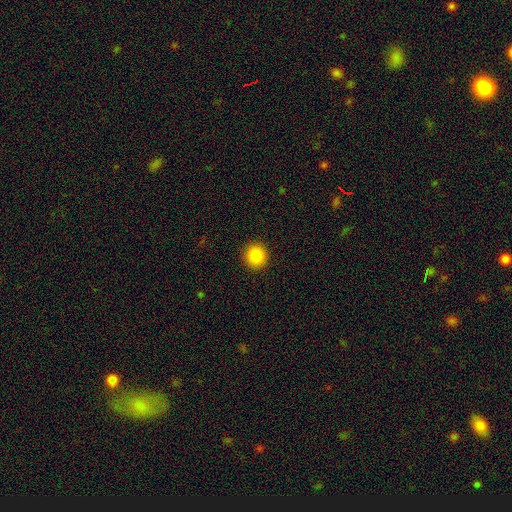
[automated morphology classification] This is clearly a smooth galaxy (86%). How rounded: clearly round (93%). Merging: clearly none (92%).